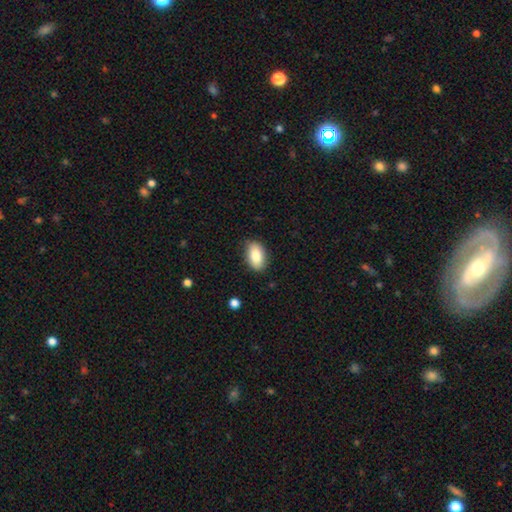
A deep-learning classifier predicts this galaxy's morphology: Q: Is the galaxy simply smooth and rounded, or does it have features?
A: smooth — 84%.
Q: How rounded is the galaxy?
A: in between — 92%.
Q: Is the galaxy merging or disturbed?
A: none — 85%.